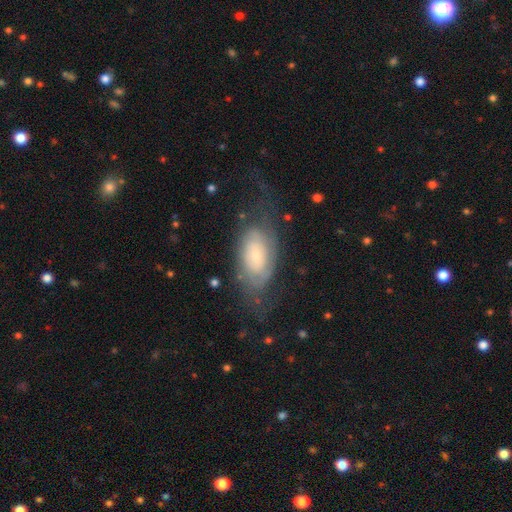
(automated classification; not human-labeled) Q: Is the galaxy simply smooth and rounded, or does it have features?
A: featured or disk — 62%.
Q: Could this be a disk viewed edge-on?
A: no — 93%.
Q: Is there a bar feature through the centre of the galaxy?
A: no — 75%.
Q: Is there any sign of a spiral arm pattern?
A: yes — 77%.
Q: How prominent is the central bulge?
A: small — 65%.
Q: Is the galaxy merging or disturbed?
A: none — 53%.